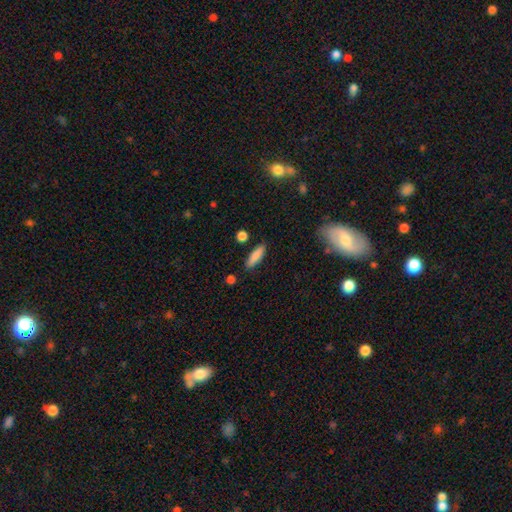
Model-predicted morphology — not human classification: Q: Smooth or featured?
A: smooth (84%); runner-up: featured or disk (9%)
Q: How rounded?
A: cigar-shaped (55%); runner-up: in between (43%)
Q: Merging?
A: none (86%); runner-up: minor disturbance (9%)